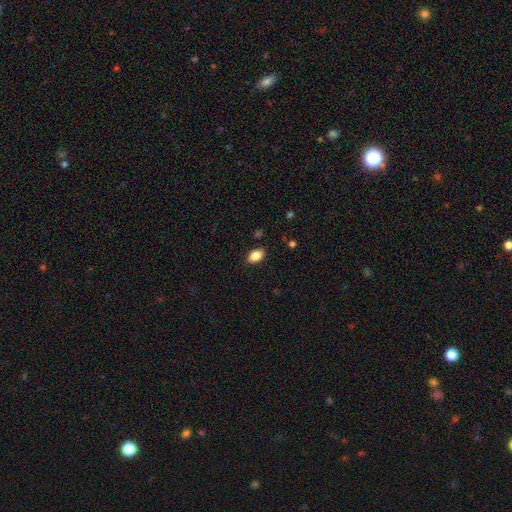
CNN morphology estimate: The model was most divided on "smooth or featured": smooth: 86%, star or artifact: 8%, featured or disk: 6%. More confident: how rounded — in between (90%); merging — none (87%).